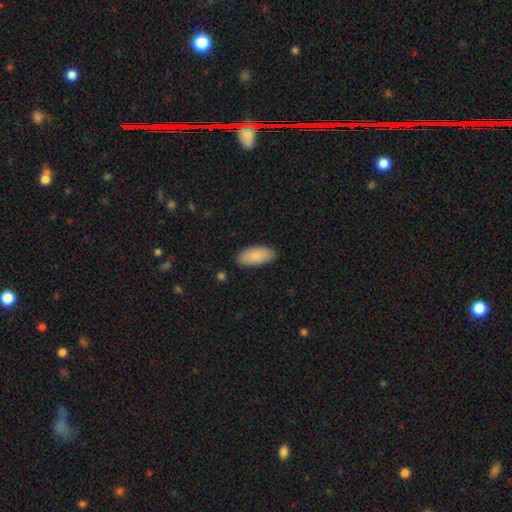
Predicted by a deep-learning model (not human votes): Smooth or featured? Predicted: smooth (p=0.87). How rounded? Predicted: in between (p=0.90). Merging? Predicted: none (p=0.86).